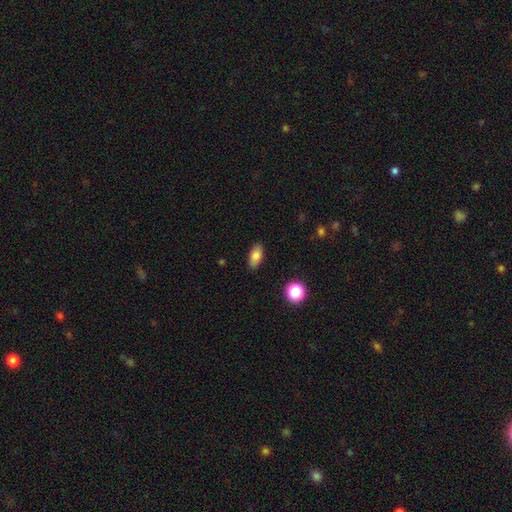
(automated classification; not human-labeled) Overall: smooth (82%). How rounded: in between (89%). Merging: none (88%).